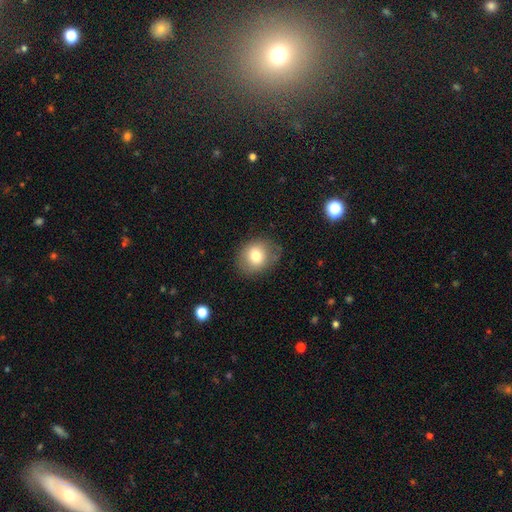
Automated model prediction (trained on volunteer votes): A smooth galaxy with no disk features (75%) that is round (64%).

Vote fractions:
- Smooth or featured? smooth: 75% / featured or disk: 15% / star or artifact: 10%
- How rounded? round: 64% / in between: 35% / cigar-shaped: 1%
- Merging? none: 77% / minor disturbance: 16% / major disturbance: 5% / merger: 1%